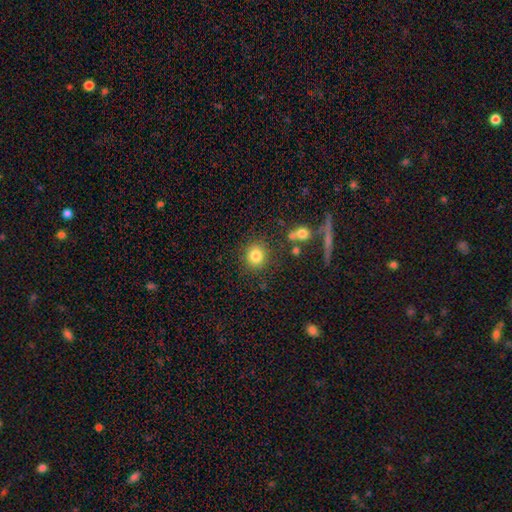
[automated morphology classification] smooth_or_featured: smooth (p=0.82) [alt: star or artifact p=0.11]
how_rounded: round (p=0.86) [alt: in between p=0.13]
merging: none (p=0.84) [alt: minor disturbance p=0.09]